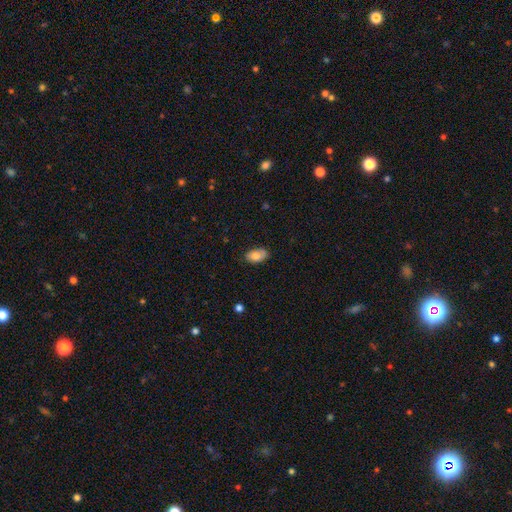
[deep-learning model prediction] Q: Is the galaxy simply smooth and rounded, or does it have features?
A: smooth — 79%.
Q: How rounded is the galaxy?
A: in between — 92%.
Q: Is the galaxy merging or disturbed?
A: none — 73%.